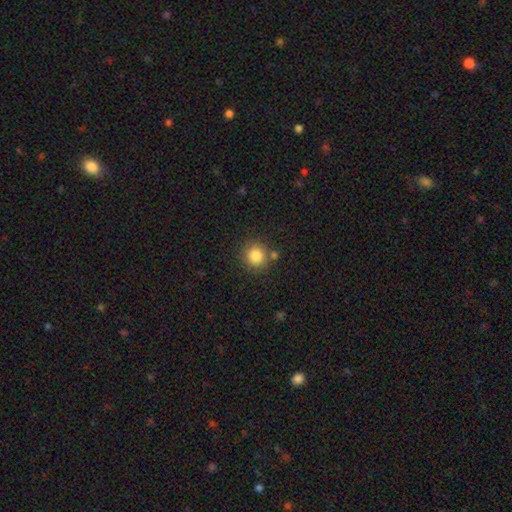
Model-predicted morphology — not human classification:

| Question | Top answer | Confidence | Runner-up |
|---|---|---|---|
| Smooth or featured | smooth | 84% | star or artifact (11%) |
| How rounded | round | 91% | in between (8%) |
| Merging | none | 80% | minor disturbance (9%) |